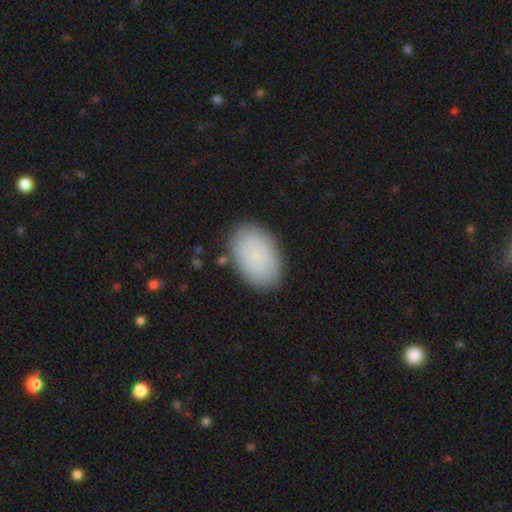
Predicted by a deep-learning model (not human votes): smooth 82%, featured or disk 11%, star or artifact 7%. Down the decision tree: how rounded — in between (90%); merging — none (85%).